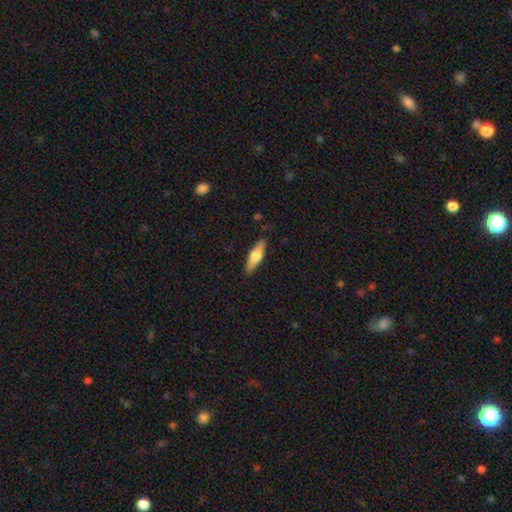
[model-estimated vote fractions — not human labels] Morphology: type=featured or disk (47%, tied with smooth); merging=none (88%).